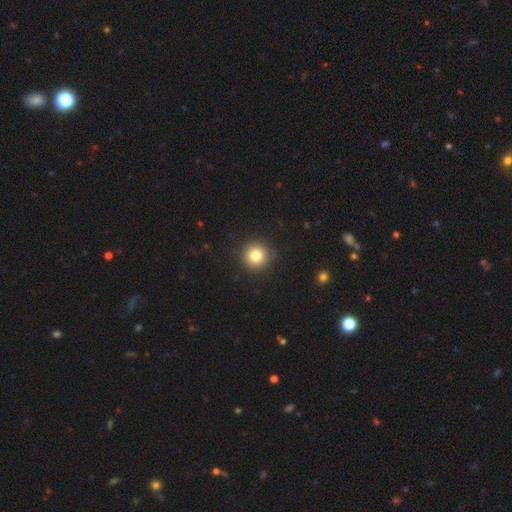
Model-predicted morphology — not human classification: Smooth or featured?
  - smooth: 80% *
  - star or artifact: 12%
  - featured or disk: 8%
How rounded?
  - round: 94% *
  - in between: 5%
  - cigar-shaped: 1%
Merging?
  - none: 88% *
  - minor disturbance: 9%
  - major disturbance: 2%
  - merger: 1%